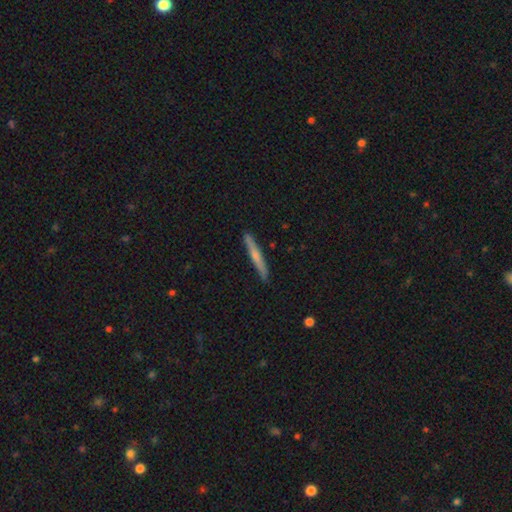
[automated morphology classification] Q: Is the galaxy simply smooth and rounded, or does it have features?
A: smooth — 52%.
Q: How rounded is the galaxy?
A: cigar-shaped — 96%.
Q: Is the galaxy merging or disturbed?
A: none — 90%.